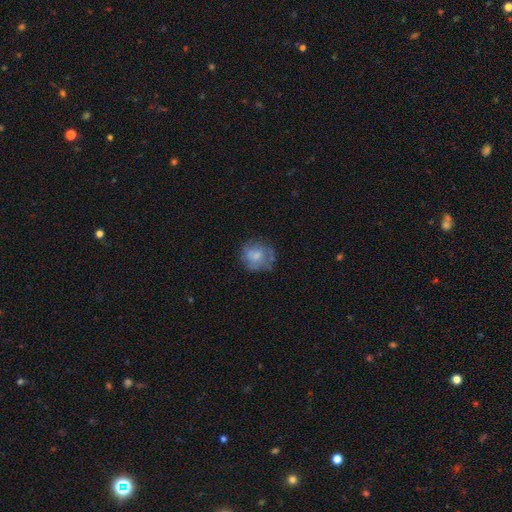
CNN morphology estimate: A featured or disk galaxy (46%).

Vote fractions:
- Smooth or featured? featured or disk: 46% / smooth: 45% / star or artifact: 8%
- Merging? none: 61% / minor disturbance: 23% / major disturbance: 14% / merger: 3%